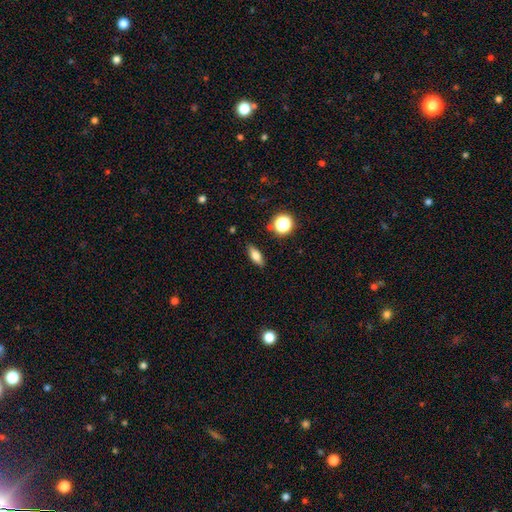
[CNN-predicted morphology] type=smooth (70%); roundness=in between (65%); merging=none (86%).